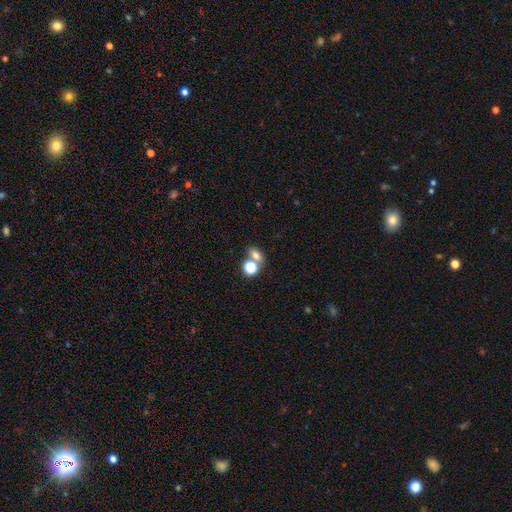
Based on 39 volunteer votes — This appears to be a smooth galaxy with no disk features (82%) that is in between round and cigar-shaped (72%). Merging: none (49%).